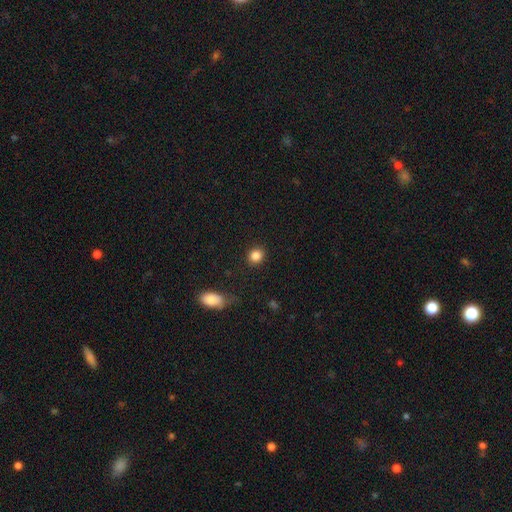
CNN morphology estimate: smooth 86%, star or artifact 10%, featured or disk 4%. Down the decision tree: how rounded — round (80%); merging — none (89%).